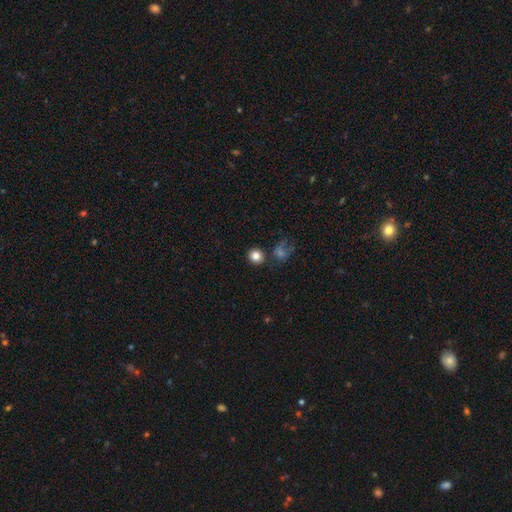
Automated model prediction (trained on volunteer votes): A smooth galaxy with no disk features (82%) that is round (89%). Merging: none (81%).